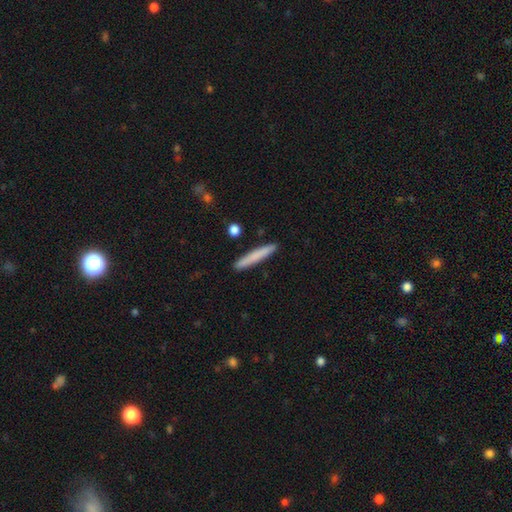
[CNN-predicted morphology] type=smooth (77%); roundness=cigar-shaped (95%); merging=none (90%).